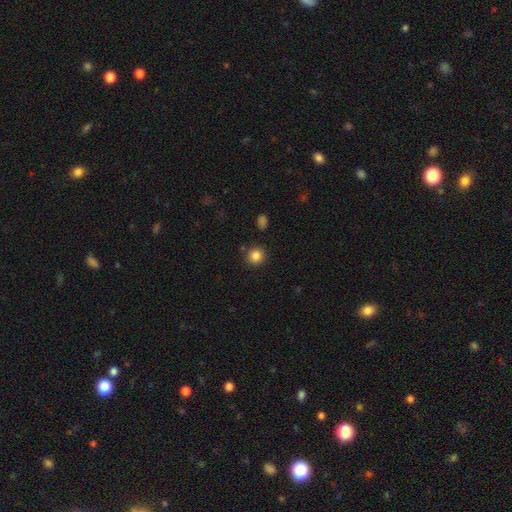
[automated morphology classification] Smooth or featured? smooth (84%)
How rounded? round (91%)
Merging? none (88%)